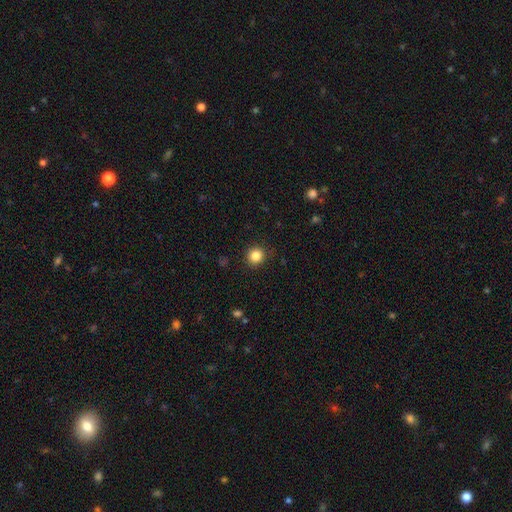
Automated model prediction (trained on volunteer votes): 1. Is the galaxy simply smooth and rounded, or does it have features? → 85% smooth, 11% star or artifact, 4% featured or disk.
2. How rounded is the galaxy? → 91% round, 8% in between, 1% cigar-shaped.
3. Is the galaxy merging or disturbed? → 90% none, 7% minor disturbance, 2% major disturbance, 1% merger.